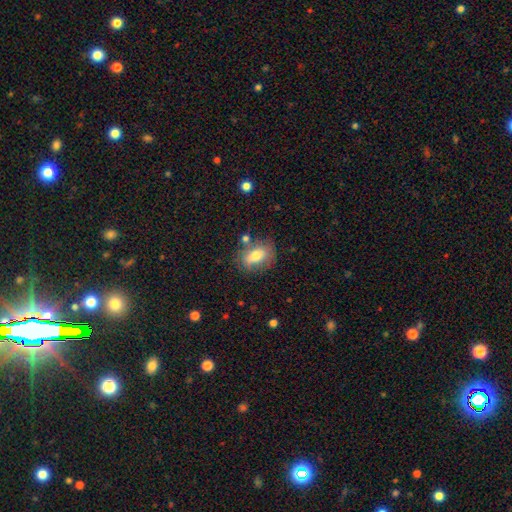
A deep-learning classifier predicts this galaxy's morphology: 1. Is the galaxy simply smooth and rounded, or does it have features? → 66% smooth, 25% featured or disk, 9% star or artifact.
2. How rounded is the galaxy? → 73% in between, 24% round, 3% cigar-shaped.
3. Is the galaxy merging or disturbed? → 67% none, 19% minor disturbance, 7% merger, 7% major disturbance.